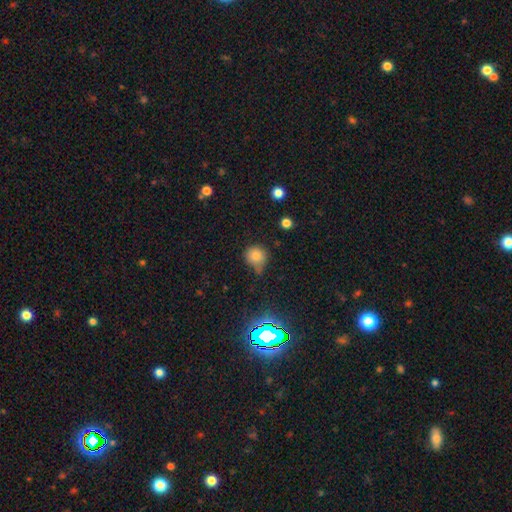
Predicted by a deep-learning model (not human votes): smooth_or_featured: smooth (p=0.77) [alt: star or artifact p=0.16]
how_rounded: round (p=0.89) [alt: in between p=0.10]
merging: none (p=0.56) [alt: minor disturbance p=0.28]